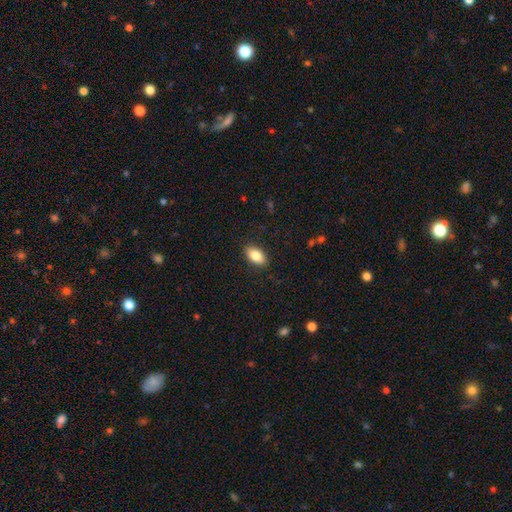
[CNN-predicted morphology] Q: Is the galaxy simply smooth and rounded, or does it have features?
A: smooth — 85%.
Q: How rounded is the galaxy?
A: in between — 92%.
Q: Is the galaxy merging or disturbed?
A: none — 88%.